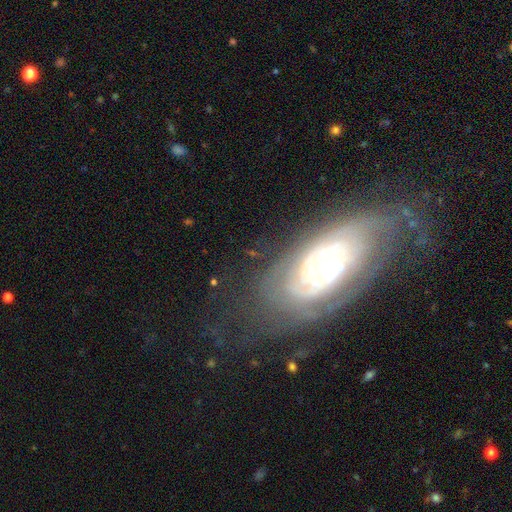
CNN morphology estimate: smooth_or_featured: featured or disk (p=0.76) [alt: smooth p=0.16]
disk_edge_on: no (p=0.91) [alt: yes p=0.09]
bar: no (p=0.79) [alt: weak p=0.15]
has_spiral_arms: yes (p=0.86) [alt: no p=0.14]
spiral_winding: tight (p=0.70) [alt: medium p=0.21]
spiral_arm_count: can't tell (p=0.52) [alt: 2 p=0.21]
bulge_size: small (p=0.51) [alt: moderate p=0.37]
merging: none (p=0.69) [alt: minor disturbance p=0.17]